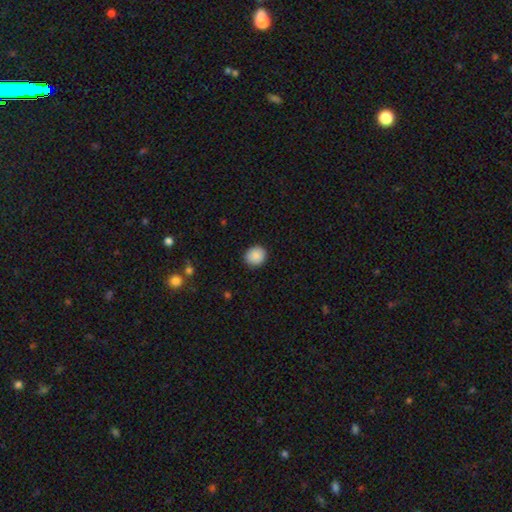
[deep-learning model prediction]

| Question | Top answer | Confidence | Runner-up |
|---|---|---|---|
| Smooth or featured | smooth | 89% | star or artifact (8%) |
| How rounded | round | 83% | in between (16%) |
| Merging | none | 89% | minor disturbance (8%) |